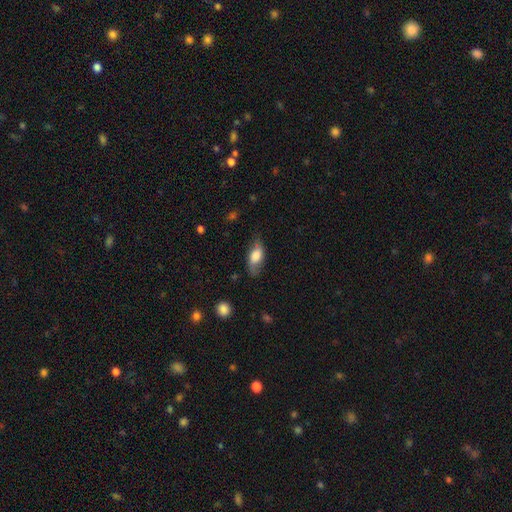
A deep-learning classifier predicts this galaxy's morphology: Overall: smooth (61%; featured or disk 32%). How rounded: in between (82%). Merging: none (68%).